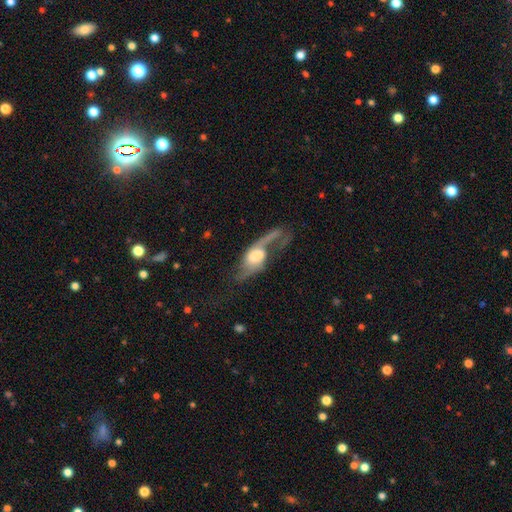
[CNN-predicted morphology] featured or disk 68%, smooth 25%, star or artifact 7%. Down the decision tree: edge-on disk — no (86%); bar — no (55%); spiral arms — yes (80%); bulge size — large (41%); merging — major disturbance (43%).